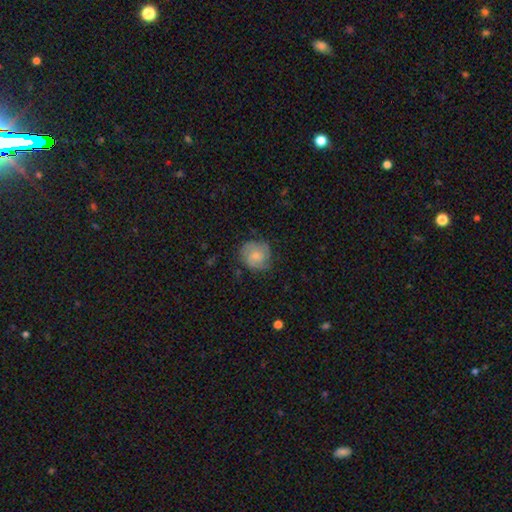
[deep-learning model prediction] The model was most divided on "smooth or featured": smooth: 58%, featured or disk: 34%, star or artifact: 7%. More confident: how rounded — round (86%); merging — none (69%).